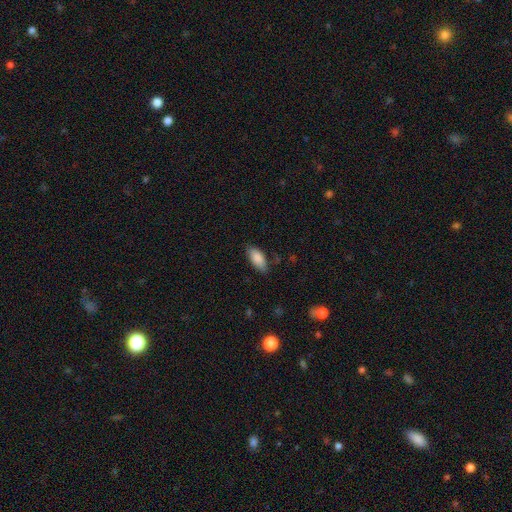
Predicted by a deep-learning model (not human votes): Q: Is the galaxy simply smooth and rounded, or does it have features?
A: smooth — 87%.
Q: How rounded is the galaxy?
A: in between — 89%.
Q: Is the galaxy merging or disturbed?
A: none — 76%.